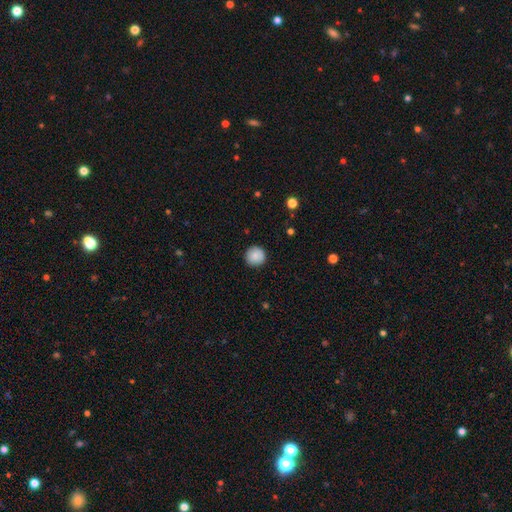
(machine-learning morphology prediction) Q: Smooth or featured?
A: smooth (86%); runner-up: star or artifact (8%)
Q: How rounded?
A: round (95%); runner-up: in between (4%)
Q: Merging?
A: none (90%); runner-up: minor disturbance (7%)